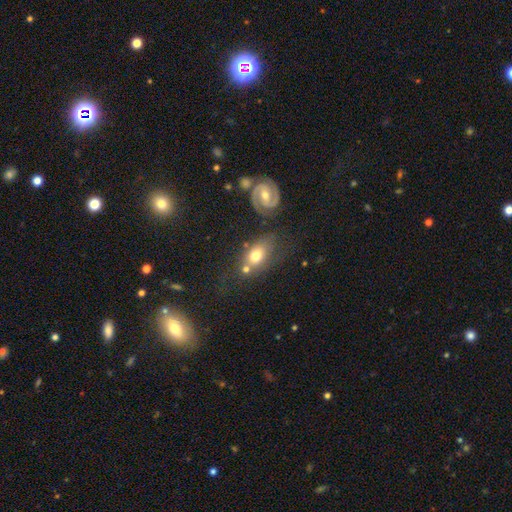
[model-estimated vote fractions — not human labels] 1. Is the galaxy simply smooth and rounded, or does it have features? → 59% smooth, 31% featured or disk, 10% star or artifact.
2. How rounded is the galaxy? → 77% in between, 19% round, 4% cigar-shaped.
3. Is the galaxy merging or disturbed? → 54% none, 19% minor disturbance, 18% merger, 9% major disturbance.